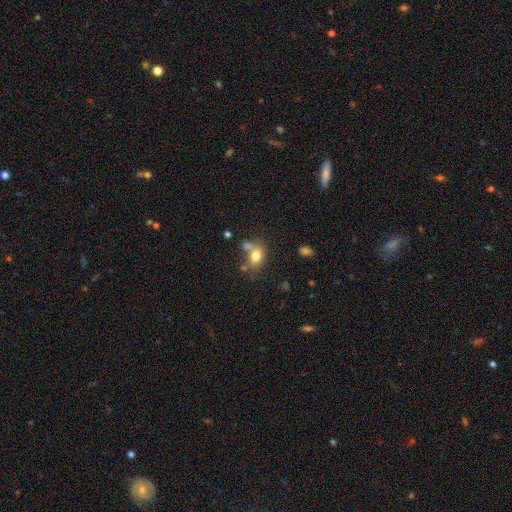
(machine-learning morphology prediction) Overall: smooth (76%). How rounded: in between (69%). Merging: none (45%; merger 31%).